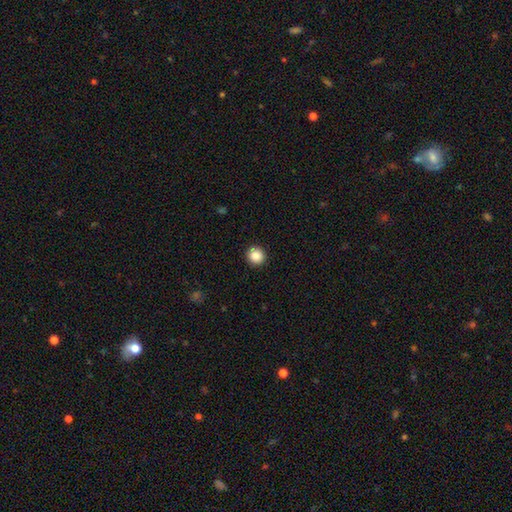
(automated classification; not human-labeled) Smooth or featured? smooth (87%)
How rounded? round (94%)
Merging? none (91%)